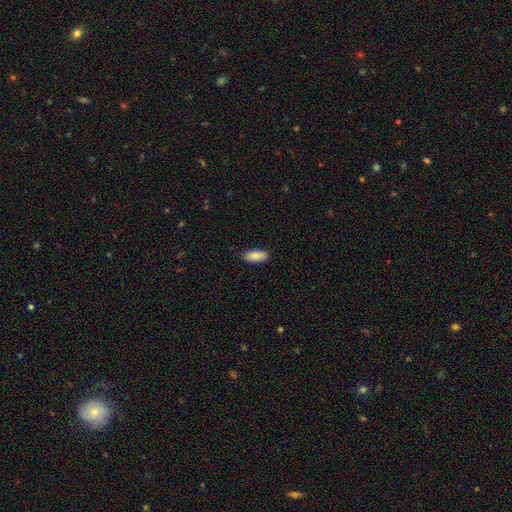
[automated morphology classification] The model was most divided on "how rounded": in between: 83%, cigar-shaped: 15%, round: 2%. More confident: smooth or featured — smooth (90%); merging — none (89%).